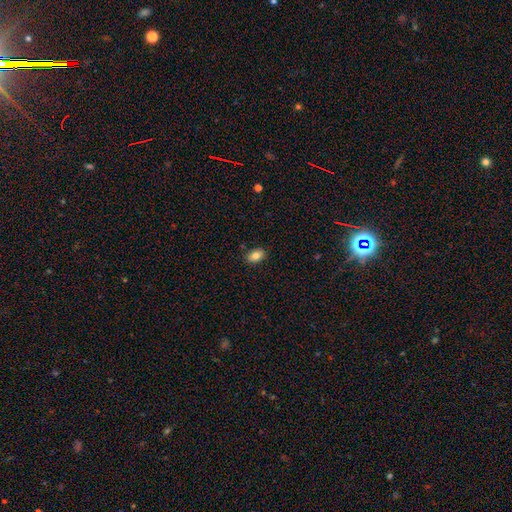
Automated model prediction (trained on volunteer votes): Smooth or featured?
  - smooth: 83% *
  - star or artifact: 9%
  - featured or disk: 8%
How rounded?
  - in between: 85% *
  - round: 14%
  - cigar-shaped: 1%
Merging?
  - none: 87% *
  - minor disturbance: 10%
  - major disturbance: 2%
  - merger: 2%